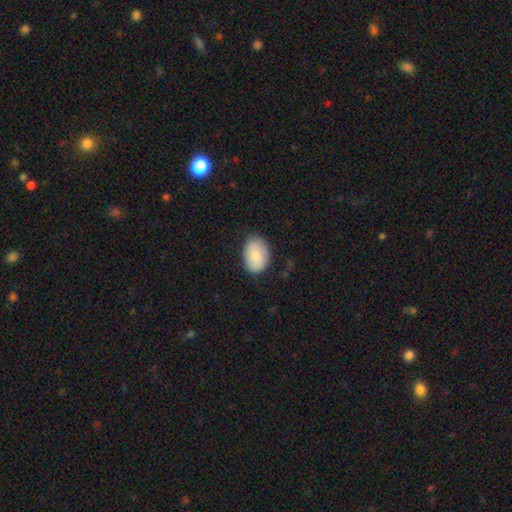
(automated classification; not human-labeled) Smooth or featured? smooth (80%)
How rounded? in between (83%)
Merging? none (80%)